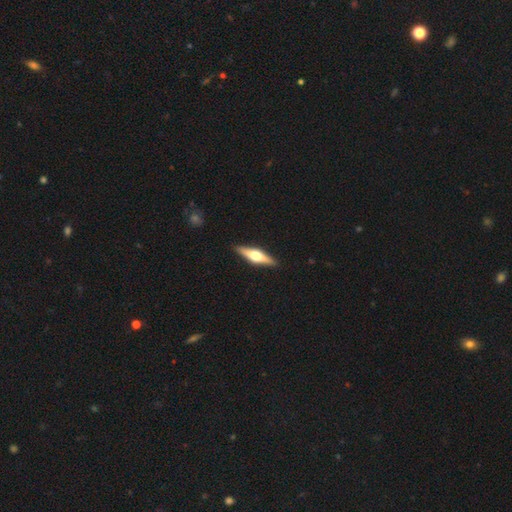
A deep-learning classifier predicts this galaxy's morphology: The model was most divided on "smooth or featured": featured or disk: 67%, smooth: 28%, star or artifact: 5%. More confident: edge-on disk — yes (96%); edge-on bulge — rounded (95%); merging — none (91%).